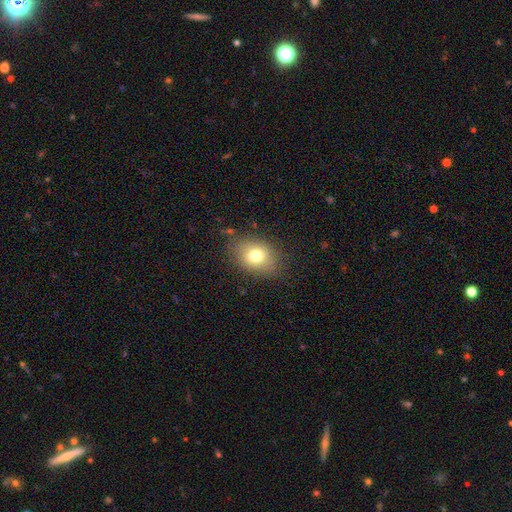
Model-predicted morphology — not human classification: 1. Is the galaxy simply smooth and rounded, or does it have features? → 77% smooth, 13% featured or disk, 11% star or artifact.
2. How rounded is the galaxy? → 67% in between, 32% round, 1% cigar-shaped.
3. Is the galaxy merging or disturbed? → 80% none, 15% minor disturbance, 5% major disturbance, 1% merger.